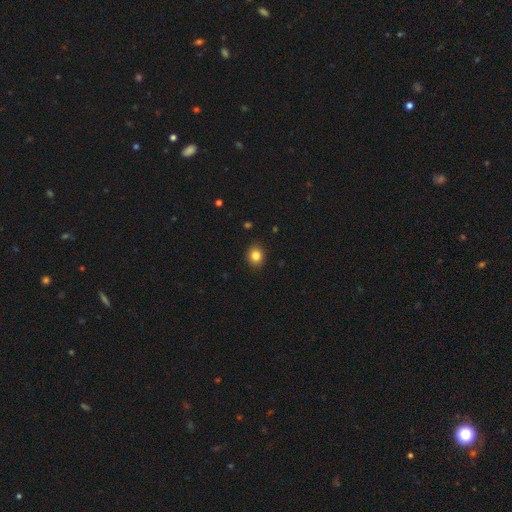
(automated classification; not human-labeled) Q: Smooth or featured?
A: smooth (84%); runner-up: star or artifact (10%)
Q: How rounded?
A: round (66%); runner-up: in between (33%)
Q: Merging?
A: none (90%); runner-up: minor disturbance (7%)